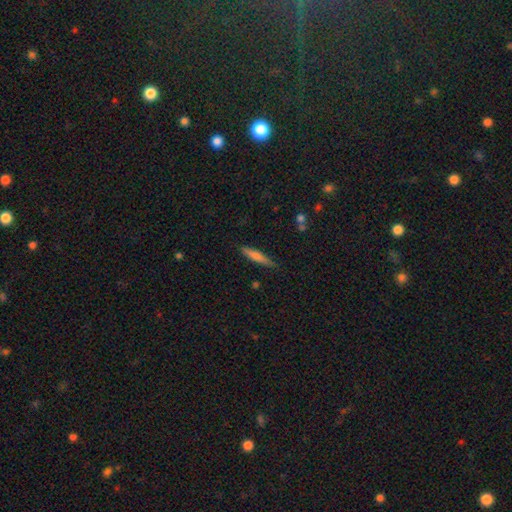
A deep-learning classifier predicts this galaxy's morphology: The model was most divided on "smooth or featured": smooth: 64%, featured or disk: 29%, star or artifact: 7%. More confident: how rounded — cigar-shaped (90%); merging — none (83%).